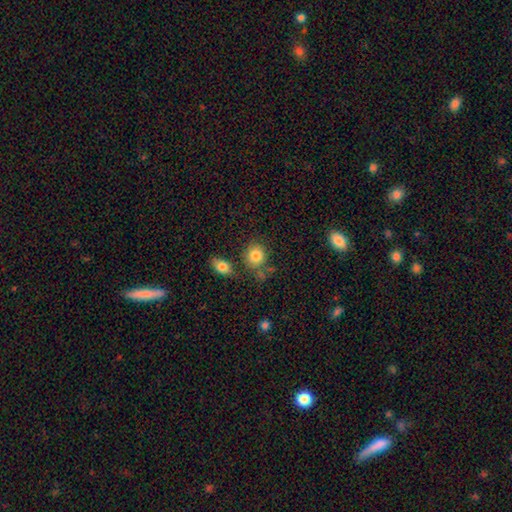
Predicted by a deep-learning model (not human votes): This appears to be a smooth galaxy with no disk features (82%) that is round (78%). Merging: none (68%).